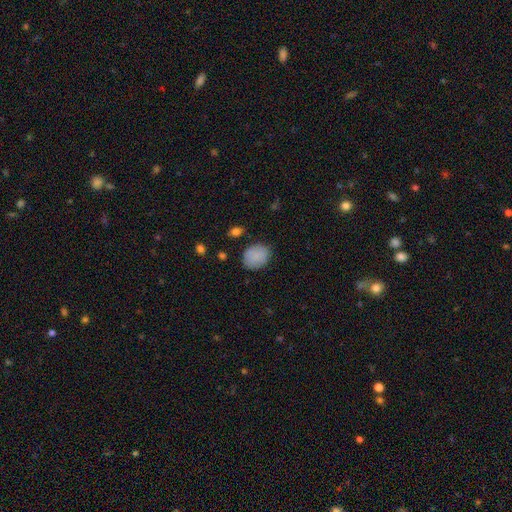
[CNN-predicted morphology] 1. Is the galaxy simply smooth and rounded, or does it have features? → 86% smooth, 8% star or artifact, 6% featured or disk.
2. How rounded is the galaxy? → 55% round, 45% in between, 1% cigar-shaped.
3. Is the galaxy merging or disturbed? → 80% none, 15% minor disturbance, 4% major disturbance, 2% merger.